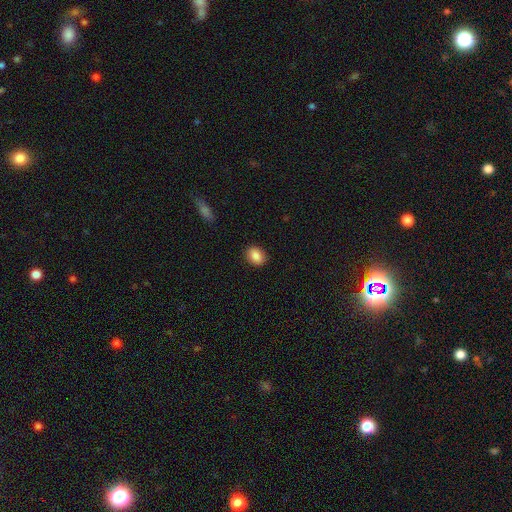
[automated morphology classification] This appears to be a smooth galaxy with no disk features (87%) that is in between round and cigar-shaped (62%). Merging: none (89%).